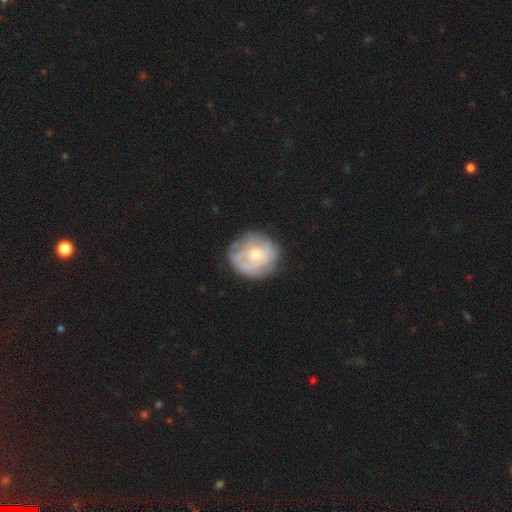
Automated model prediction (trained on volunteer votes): Smooth or featured? Predicted: featured or disk (p=0.59). Edge-on disk? Predicted: no (p=0.97). Bar? Predicted: no (p=0.81). Spiral arms? Predicted: yes (p=0.62). Bulge size? Predicted: moderate (p=0.52). Merging? Predicted: none (p=0.72).